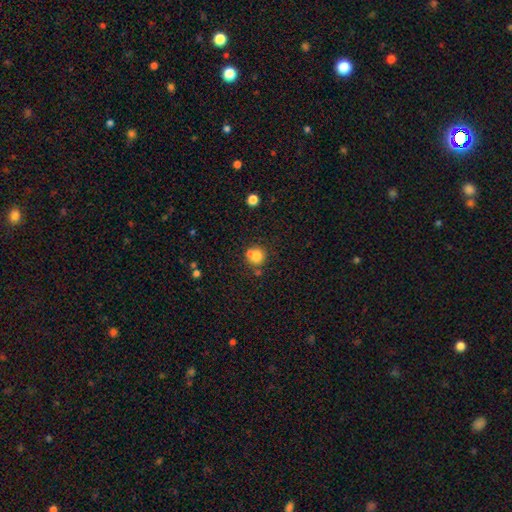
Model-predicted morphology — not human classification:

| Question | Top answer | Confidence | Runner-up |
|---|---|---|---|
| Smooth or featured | smooth | 75% | featured or disk (13%) |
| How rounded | round | 89% | in between (10%) |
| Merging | none | 52% | merger (36%) |